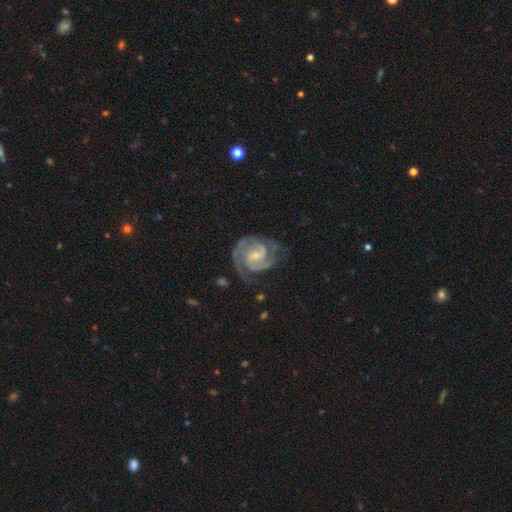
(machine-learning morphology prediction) A featured or disk galaxy (91%) with a weak bar (46%), 2 (72%) tight (57%) spiral arms (98%) and a small central bulge (67%). Merging: none (70%).